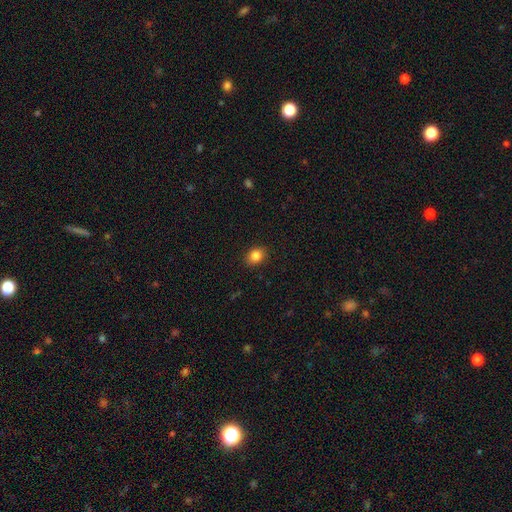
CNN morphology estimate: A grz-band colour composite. It shows a smooth galaxy with no disk features (85%) that is round (53%). Merging: none (89%).